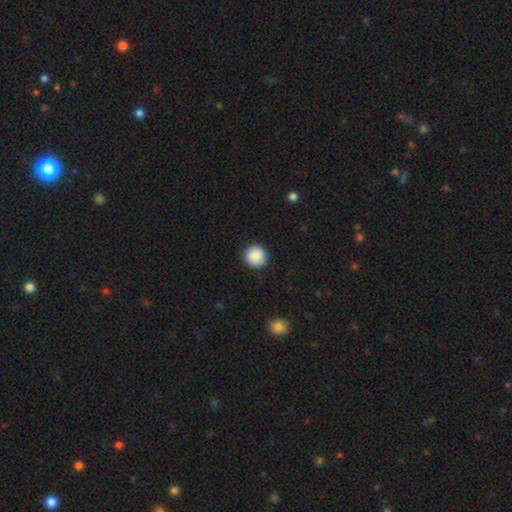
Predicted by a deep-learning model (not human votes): smooth 88%, star or artifact 8%, featured or disk 5%. Down the decision tree: how rounded — round (92%); merging — none (90%).